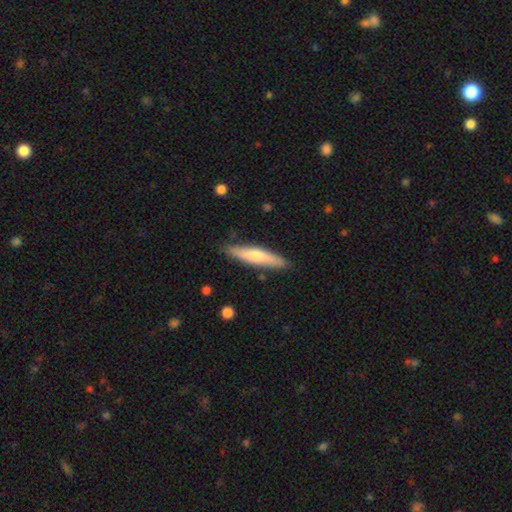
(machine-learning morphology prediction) This is likely a smooth galaxy (64%). How rounded: clearly cigar-shaped (85%). Merging: clearly none (87%).